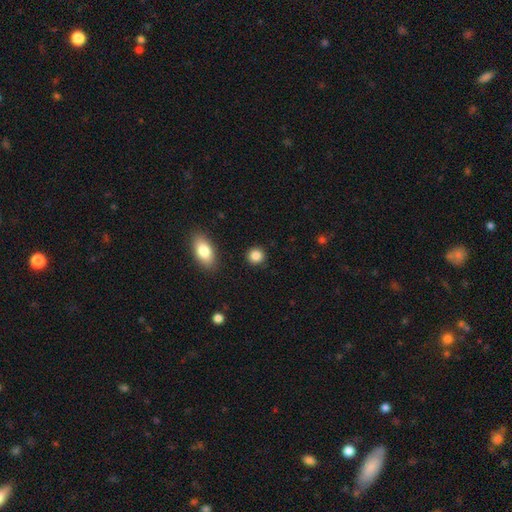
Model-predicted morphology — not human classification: A smooth galaxy with no disk features (86%) that is round (88%). Merging: none (90%).